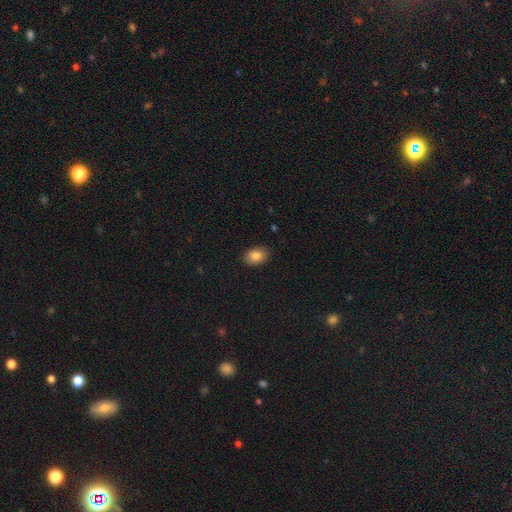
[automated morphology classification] smooth 85%, star or artifact 8%, featured or disk 7%. Down the decision tree: how rounded — in between (83%); merging — none (89%).